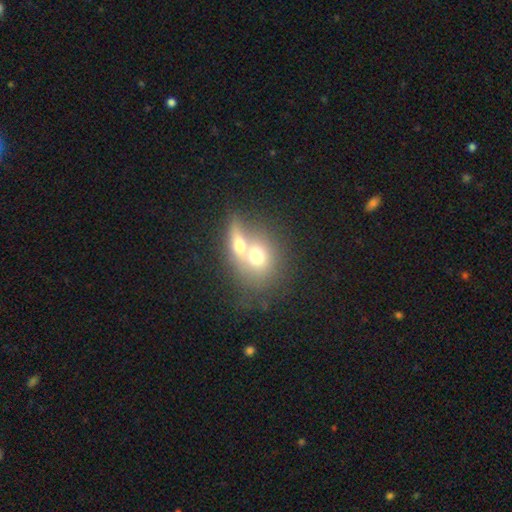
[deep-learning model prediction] Overall: smooth (63%; featured or disk 28%). How rounded: round (59%; in between 37%). Merging: merger (69%).